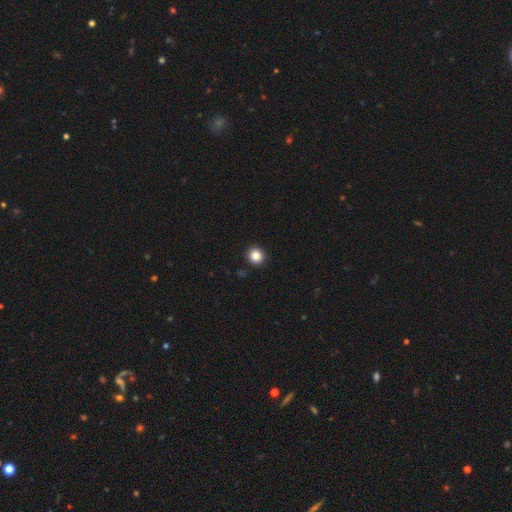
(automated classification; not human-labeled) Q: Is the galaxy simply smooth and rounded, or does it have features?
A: smooth — 84%.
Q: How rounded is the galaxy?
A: round — 93%.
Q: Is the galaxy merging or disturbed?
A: none — 93%.